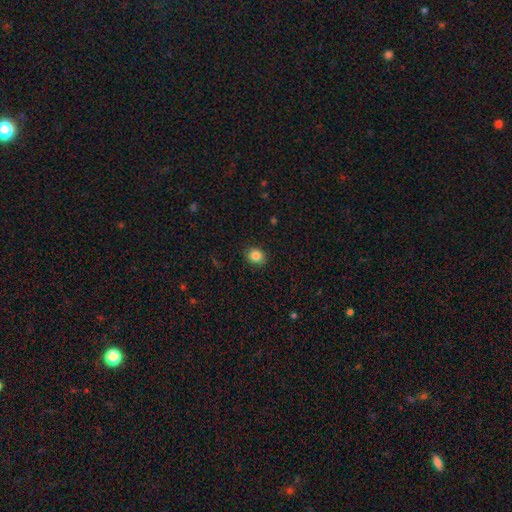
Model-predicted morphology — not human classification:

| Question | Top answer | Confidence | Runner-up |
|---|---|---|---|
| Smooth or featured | smooth | 85% | star or artifact (10%) |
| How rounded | round | 64% | in between (36%) |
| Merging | none | 88% | minor disturbance (8%) |